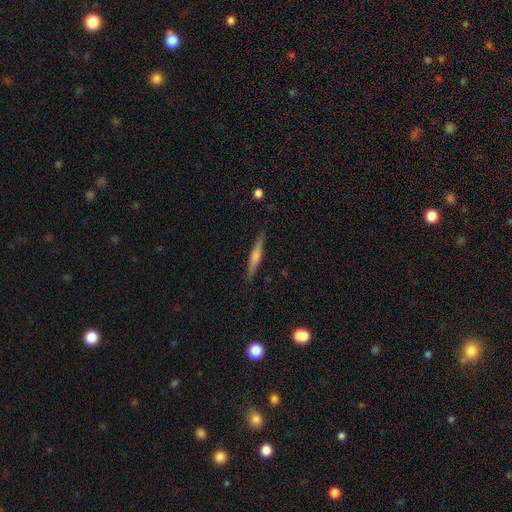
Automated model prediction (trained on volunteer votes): Smooth or featured? Predicted: featured or disk (p=0.56). Edge-on disk? Predicted: yes (p=0.97). Edge-on bulge? Predicted: rounded (p=0.77). Merging? Predicted: none (p=0.90).